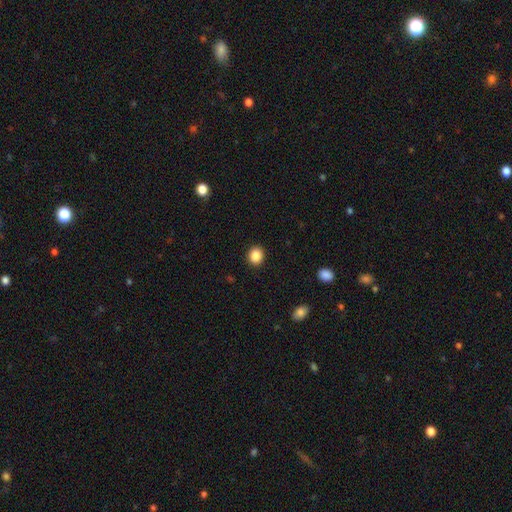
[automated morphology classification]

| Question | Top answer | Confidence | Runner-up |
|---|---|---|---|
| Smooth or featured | smooth | 87% | star or artifact (10%) |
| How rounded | round | 78% | in between (21%) |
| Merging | none | 92% | minor disturbance (5%) |